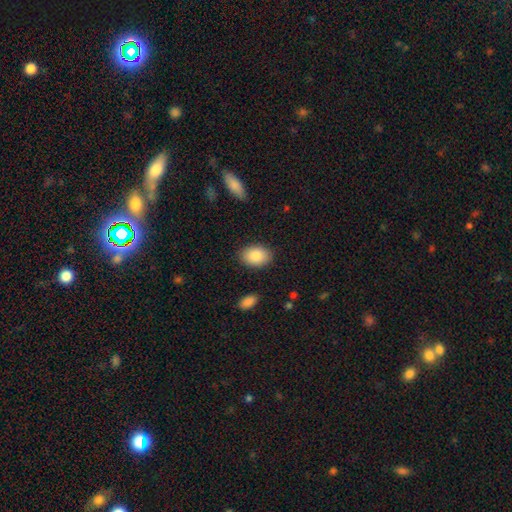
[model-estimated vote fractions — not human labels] Smooth or featured: smooth — 85% (featured or disk — 8%)
How rounded: in between — 83% (round — 16%)
Merging: none — 87% (minor disturbance — 10%)